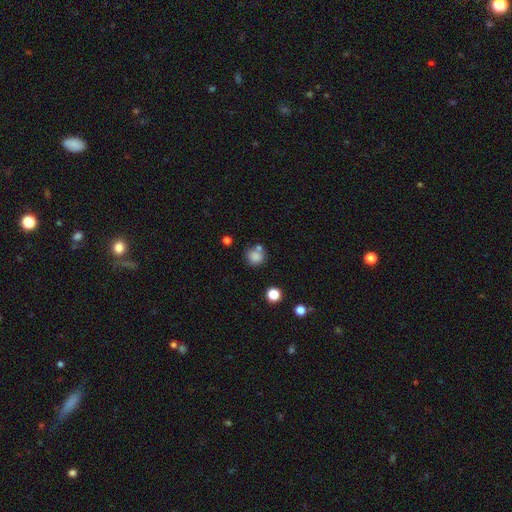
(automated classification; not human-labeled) Smooth or featured: smooth — 81% (star or artifact — 12%)
How rounded: round — 86% (in between — 13%)
Merging: none — 63% (merger — 20%)